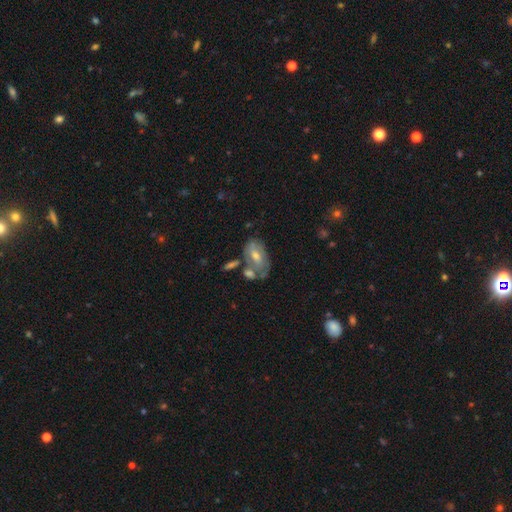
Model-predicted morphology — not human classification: A featured or disk galaxy (56%) with no bar (51%), spiral arms (56%) and a moderate central bulge (64%).

Vote fractions:
- Smooth or featured? featured or disk: 56% / smooth: 34% / star or artifact: 9%
- Edge-on disk? no: 90% / yes: 10%
- Bar? no: 51% / weak: 36% / strong: 13%
- Spiral arms? yes: 56% / no: 44%
- Bulge size? moderate: 64% / small: 29% / large: 5% / none: 2% / dominant: 1%
- Merging? none: 47% / merger: 24% / minor disturbance: 19% / major disturbance: 9%